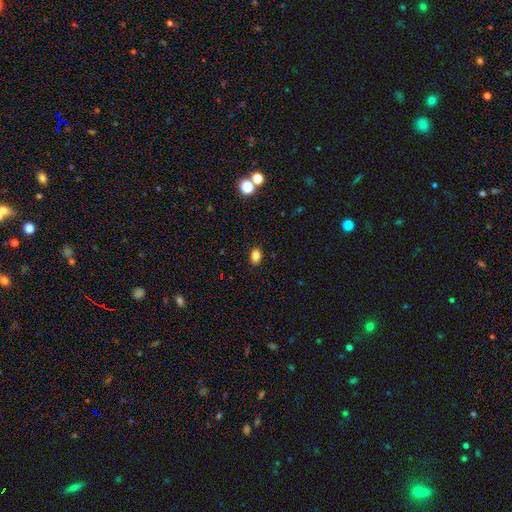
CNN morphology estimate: This is clearly a smooth galaxy (84%). How rounded: likely in between (73%). Merging: clearly none (88%).